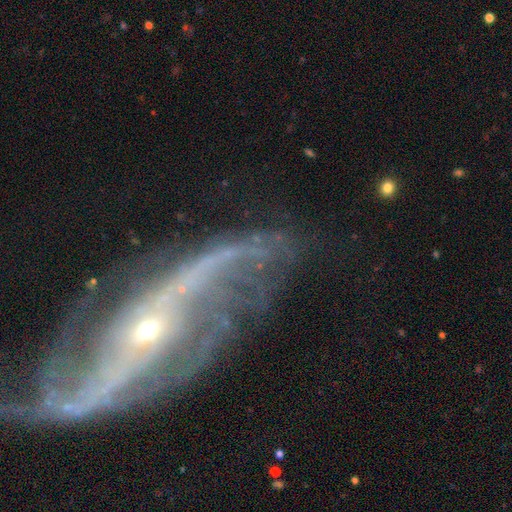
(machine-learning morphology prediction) featured or disk 90%, star or artifact 6%, smooth 4%. Down the decision tree: edge-on disk — no (94%); bar — no (43%); spiral arms — yes (96%); spiral arm count — 2 (80%); spiral winding — loose (57%); bulge size — small (79%); merging — none (61%).